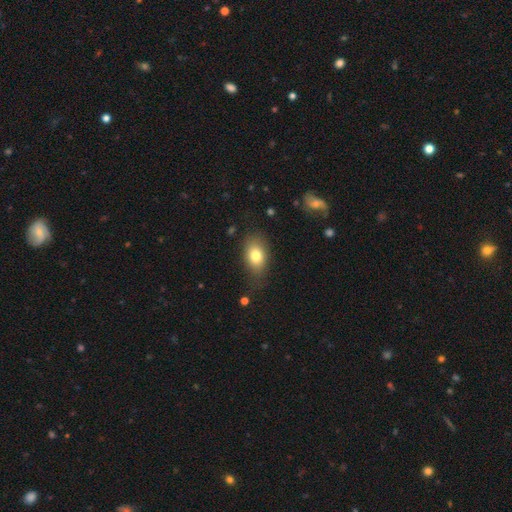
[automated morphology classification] Smooth or featured?
  - smooth: 78% *
  - featured or disk: 13%
  - star or artifact: 9%
How rounded?
  - in between: 82% *
  - round: 16%
  - cigar-shaped: 2%
Merging?
  - none: 72% *
  - minor disturbance: 20%
  - major disturbance: 6%
  - merger: 2%